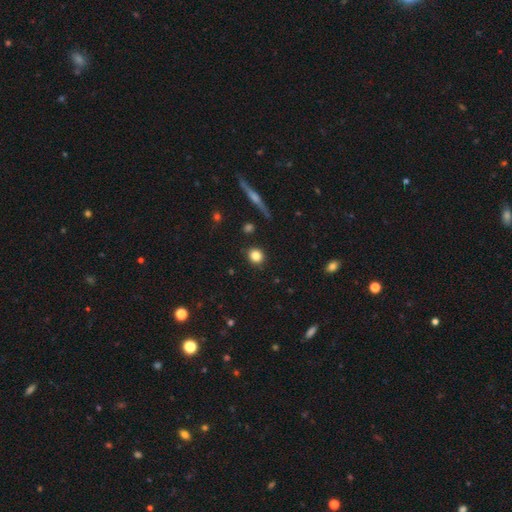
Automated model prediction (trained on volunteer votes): This appears to be a smooth galaxy with no disk features (83%) that is round (86%). Merging: none (90%).